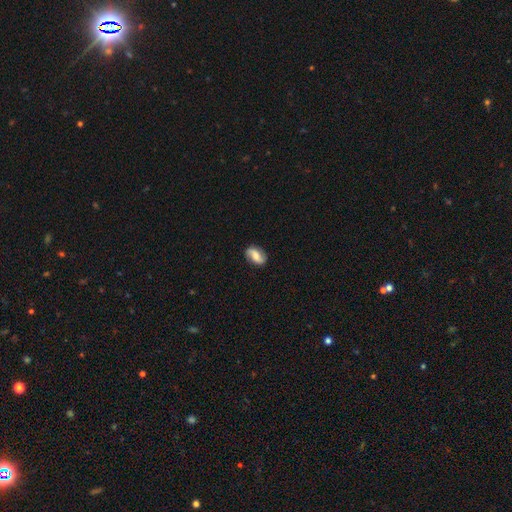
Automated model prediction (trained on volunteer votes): Smooth or featured: featured or disk — 60% (smooth — 32%)
Edge-on disk: no — 96% (yes — 4%)
Bar: weak — 40% (no — 39%)
Spiral arms: yes — 91% (no — 9%)
Spiral winding: loose — 53% (medium — 32%)
Spiral arm count: 2 — 91% (can't tell — 4%)
Bulge size: moderate — 53% (small — 25%)
Merging: none — 85% (minor disturbance — 11%)